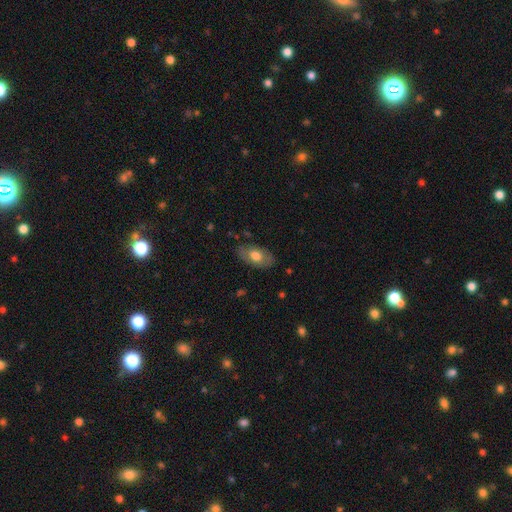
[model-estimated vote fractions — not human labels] Smooth or featured: smooth — 67% (featured or disk — 26%)
How rounded: in between — 92% (round — 5%)
Merging: none — 80% (minor disturbance — 16%)